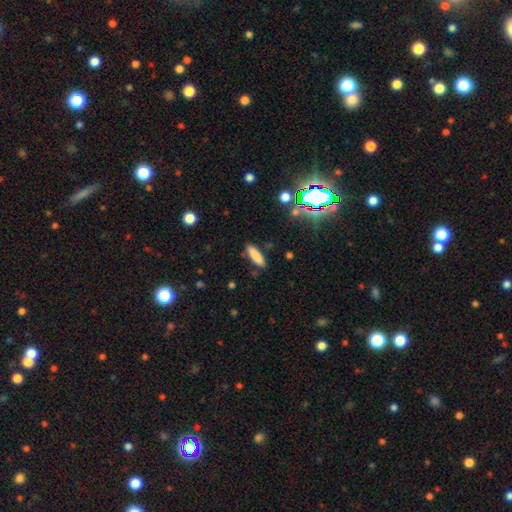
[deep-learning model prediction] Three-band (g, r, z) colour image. It shows a smooth galaxy with no disk features (83%) that is cigar-shaped (58%). Merging: none (86%).